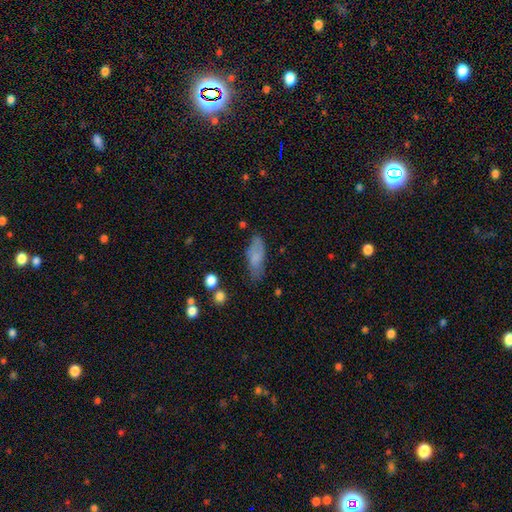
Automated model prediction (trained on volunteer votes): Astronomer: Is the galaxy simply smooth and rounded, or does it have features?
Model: smooth — 73%.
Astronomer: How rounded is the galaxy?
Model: in between — 70%.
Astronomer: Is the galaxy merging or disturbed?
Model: none — 67%.